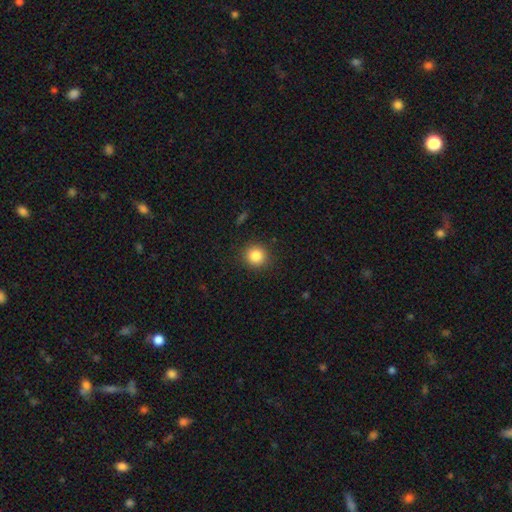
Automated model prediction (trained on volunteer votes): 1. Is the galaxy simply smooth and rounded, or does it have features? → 85% smooth, 10% star or artifact, 5% featured or disk.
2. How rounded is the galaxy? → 92% round, 7% in between, 1% cigar-shaped.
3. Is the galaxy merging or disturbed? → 90% none, 7% minor disturbance, 2% major disturbance, 1% merger.